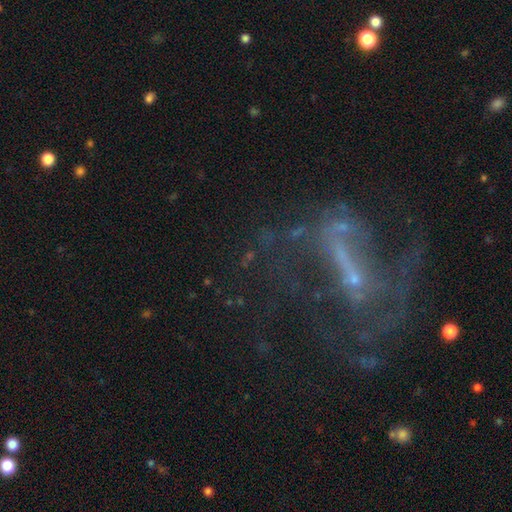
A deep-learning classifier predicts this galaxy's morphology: This appears to be a featured or disk galaxy (68%) with no bar (35%), spiral arms (56%) and a small central bulge (54%). Merging: none (42%).